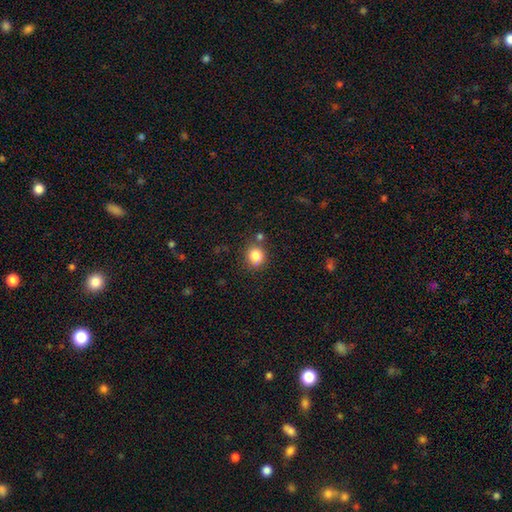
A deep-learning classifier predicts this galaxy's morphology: A smooth galaxy with no disk features (84%) that is round (84%).

Vote fractions:
- Smooth or featured? smooth: 84% / star or artifact: 11% / featured or disk: 6%
- How rounded? round: 84% / in between: 15% / cigar-shaped: 1%
- Merging? none: 76% / minor disturbance: 11% / merger: 9% / major disturbance: 3%